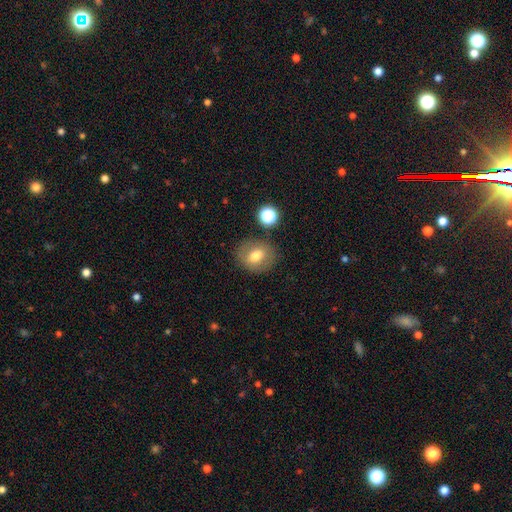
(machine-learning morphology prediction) Smooth or featured: smooth — 70% (featured or disk — 20%)
How rounded: round — 59% (in between — 40%)
Merging: none — 78% (minor disturbance — 12%)